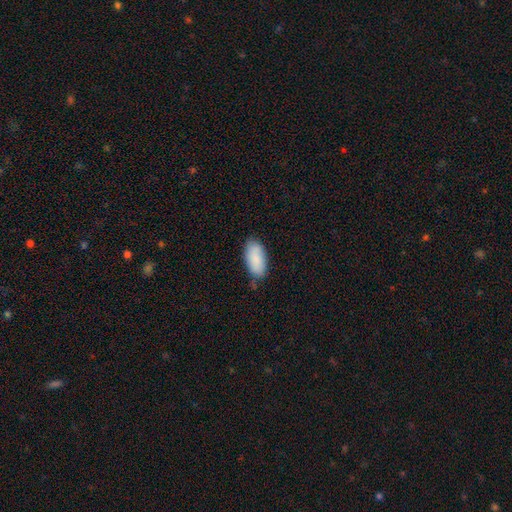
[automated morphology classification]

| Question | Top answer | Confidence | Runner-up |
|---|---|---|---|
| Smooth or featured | smooth | 88% | star or artifact (6%) |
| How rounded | in between | 92% | cigar-shaped (6%) |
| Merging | none | 76% | minor disturbance (19%) |